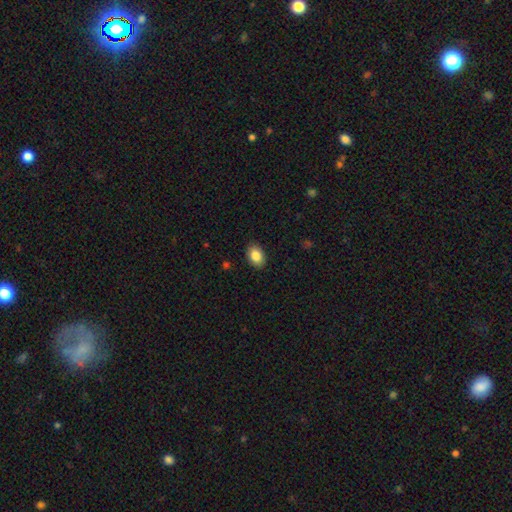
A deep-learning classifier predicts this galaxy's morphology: Smooth or featured? Predicted: smooth (p=0.86). How rounded? Predicted: in between (p=0.82). Merging? Predicted: none (p=0.89).